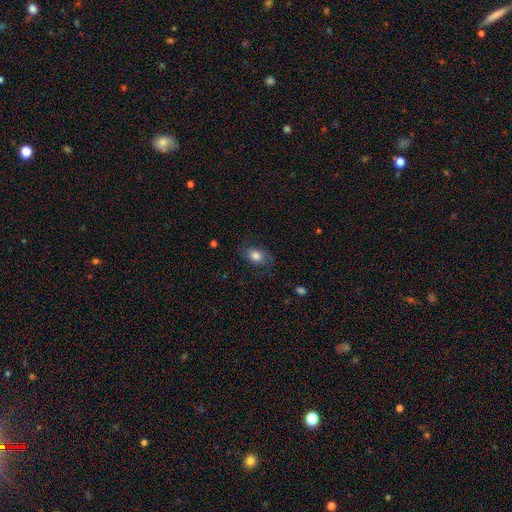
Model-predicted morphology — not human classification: Smooth or featured: smooth — 62% (featured or disk — 28%)
How rounded: in between — 71% (round — 28%)
Merging: none — 72% (minor disturbance — 18%)